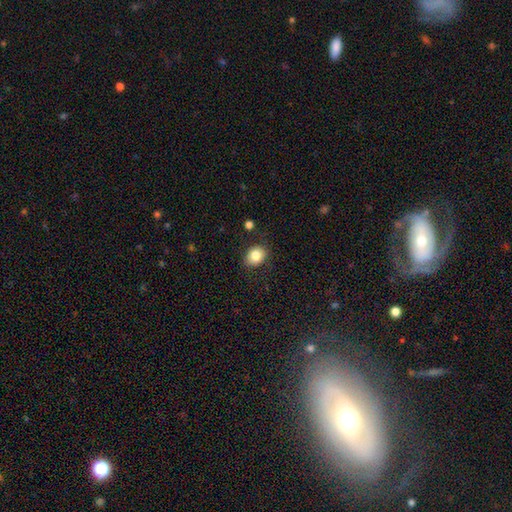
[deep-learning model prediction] smooth 83%, star or artifact 9%, featured or disk 8%. Down the decision tree: how rounded — in between (54%); merging — none (80%).